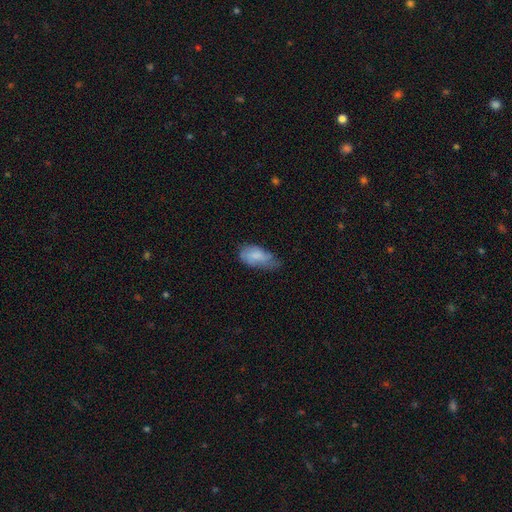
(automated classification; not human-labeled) Smooth or featured? Predicted: smooth (p=0.74). How rounded? Predicted: in between (p=0.92). Merging? Predicted: minor disturbance (p=0.45).